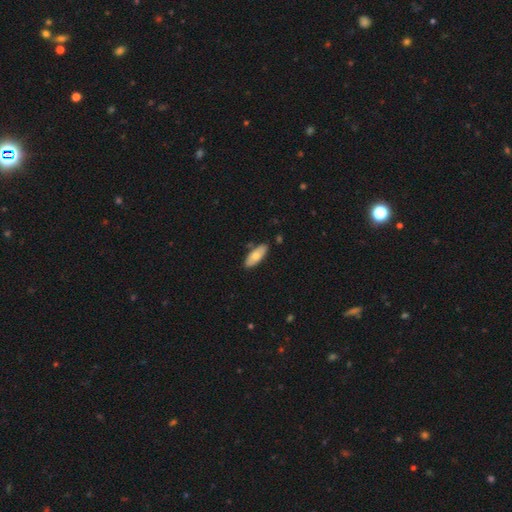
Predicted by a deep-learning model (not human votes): Overall: smooth (69%). How rounded: in between (78%). Merging: none (84%).